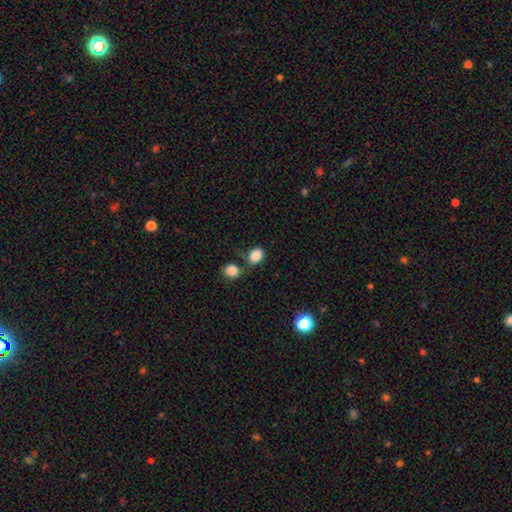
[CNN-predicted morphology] The model was most divided on "how rounded": round: 52%, in between: 47%, cigar-shaped: 1%. More confident: smooth or featured — smooth (86%); merging — none (52%).